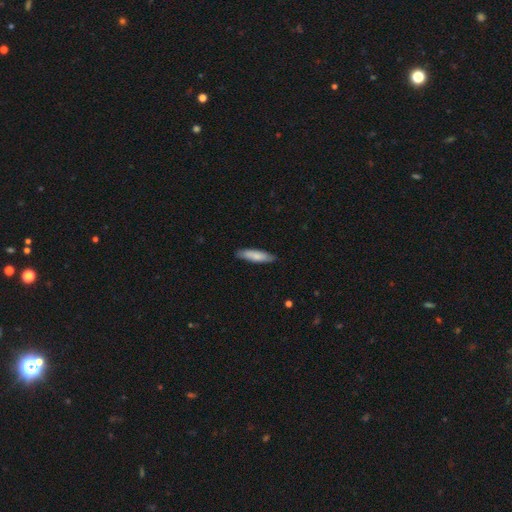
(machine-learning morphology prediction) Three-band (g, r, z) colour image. It shows a smooth galaxy with no disk features (79%) that is cigar-shaped (72%). Merging: none (86%).